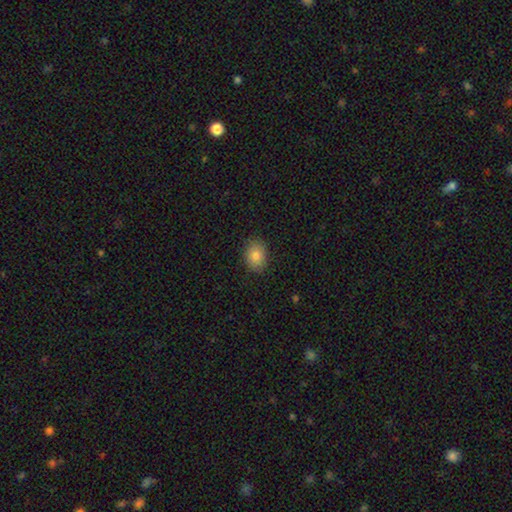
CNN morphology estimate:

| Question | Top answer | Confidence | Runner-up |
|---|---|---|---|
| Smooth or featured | smooth | 83% | star or artifact (9%) |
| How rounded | in between | 61% | round (38%) |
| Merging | none | 86% | minor disturbance (10%) |